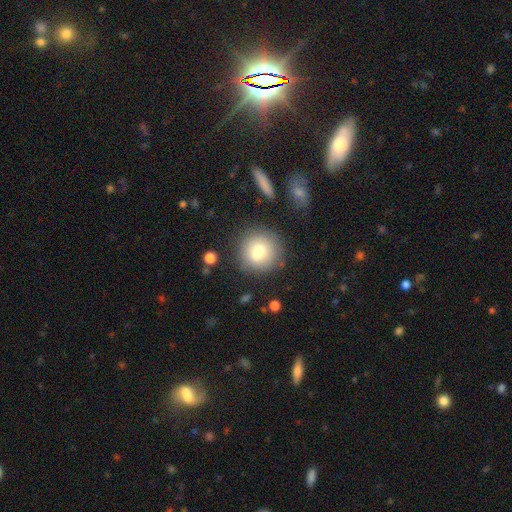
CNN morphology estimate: smooth_or_featured: smooth (p=0.76) [alt: featured or disk p=0.14]
how_rounded: round (p=0.93) [alt: in between p=0.06]
merging: none (p=0.76) [alt: minor disturbance p=0.12]